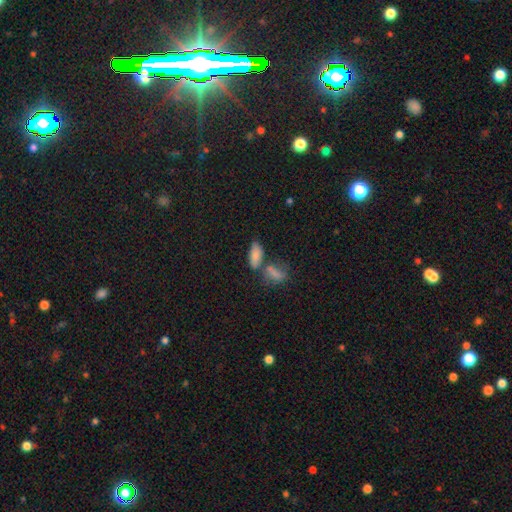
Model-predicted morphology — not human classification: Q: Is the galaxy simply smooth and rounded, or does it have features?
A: smooth — 81%.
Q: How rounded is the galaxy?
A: in between — 83%.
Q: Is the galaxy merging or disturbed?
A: none — 41%.